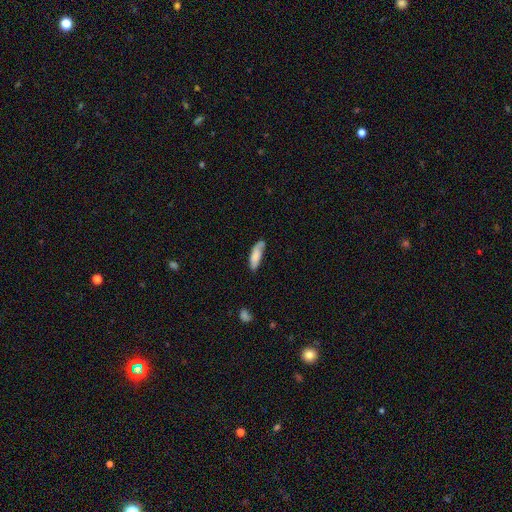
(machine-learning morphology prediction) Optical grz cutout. It shows a smooth galaxy with no disk features (76%) that is in between round and cigar-shaped (53%). Merging: none (59%).